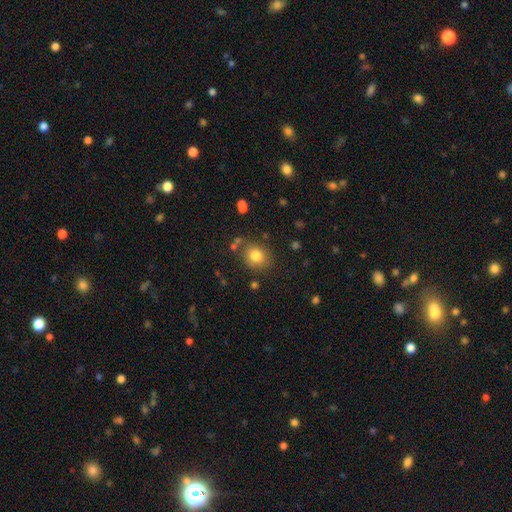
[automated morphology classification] Smooth or featured? Predicted: smooth (p=0.80). How rounded? Predicted: round (p=0.68). Merging? Predicted: none (p=0.78).